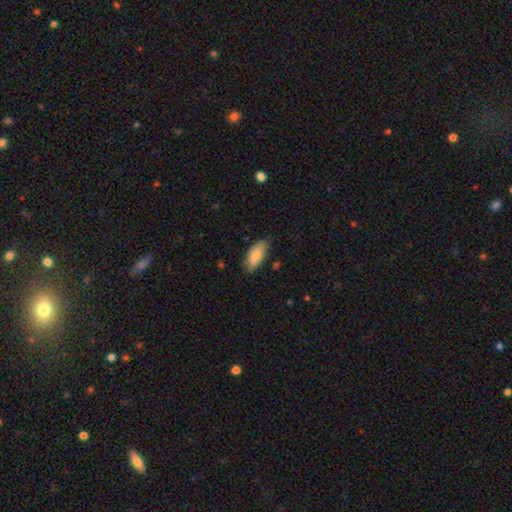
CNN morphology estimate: Smooth or featured?
  - smooth: 77% *
  - featured or disk: 17%
  - star or artifact: 6%
How rounded?
  - in between: 87% *
  - cigar-shaped: 11%
  - round: 2%
Merging?
  - none: 73% *
  - minor disturbance: 22%
  - major disturbance: 3%
  - merger: 1%